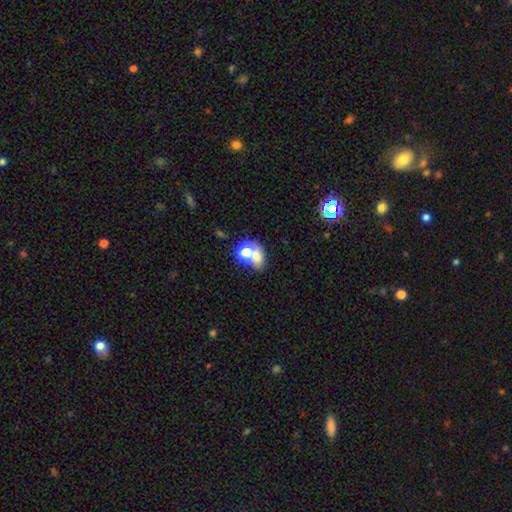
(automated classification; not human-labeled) Smooth or featured? smooth (60%)
How rounded? in between (53%)
Merging? merger (45%)